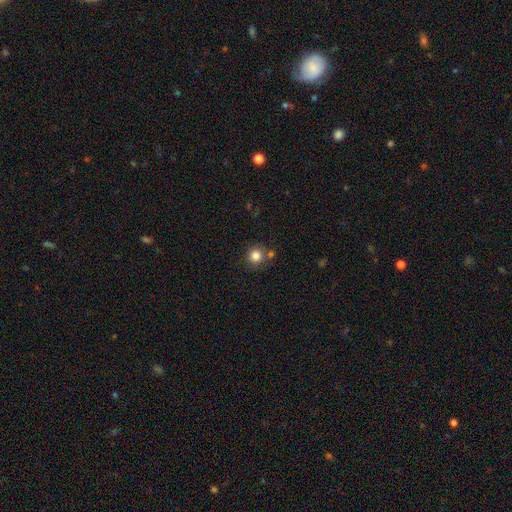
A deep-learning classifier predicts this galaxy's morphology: Smooth or featured: smooth — 83% (star or artifact — 11%)
How rounded: round — 92% (in between — 7%)
Merging: none — 75% (merger — 11%)